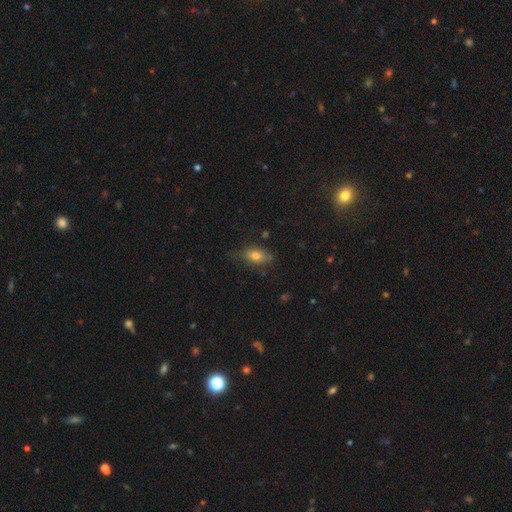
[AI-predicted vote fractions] Smooth or featured?
  - smooth: 77% *
  - featured or disk: 13%
  - star or artifact: 11%
How rounded?
  - in between: 81% *
  - round: 15%
  - cigar-shaped: 4%
Merging?
  - none: 68% *
  - minor disturbance: 24%
  - major disturbance: 6%
  - merger: 2%